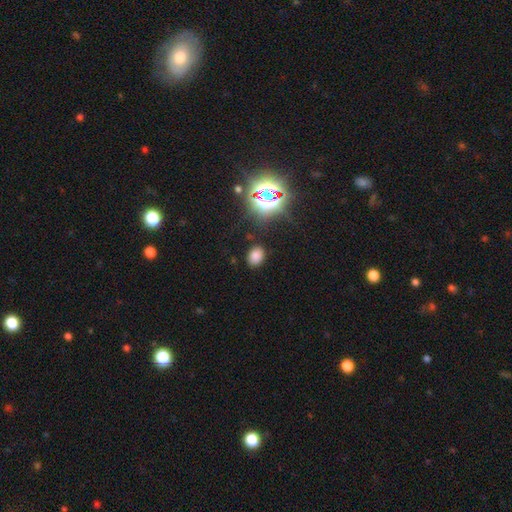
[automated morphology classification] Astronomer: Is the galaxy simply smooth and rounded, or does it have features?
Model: smooth — 72%.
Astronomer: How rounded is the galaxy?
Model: in between — 66%.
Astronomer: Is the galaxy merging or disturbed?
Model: none — 84%.